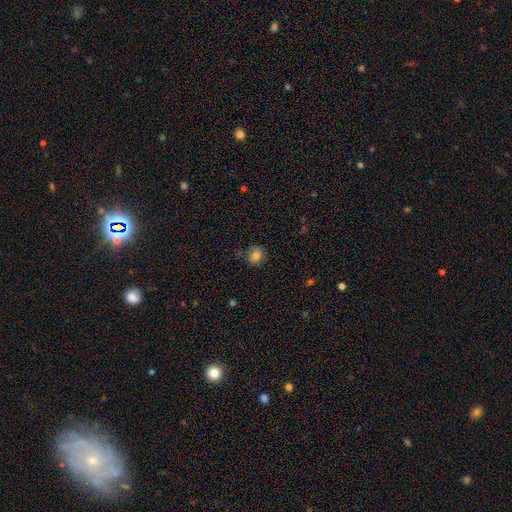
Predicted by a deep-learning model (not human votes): This is likely a smooth galaxy (80%). How rounded: likely round (75%). Merging: likely none (70%).